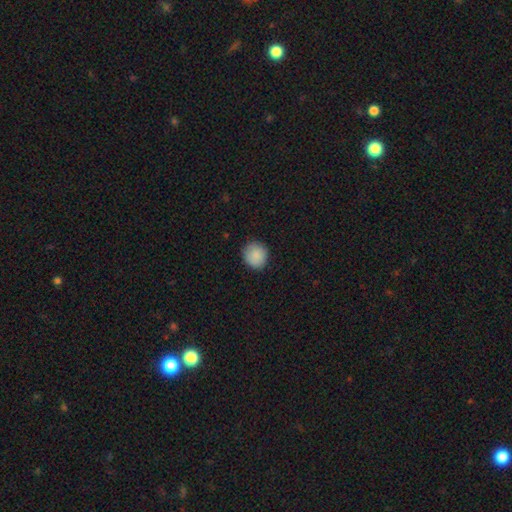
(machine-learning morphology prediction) smooth 88%, star or artifact 7%, featured or disk 5%. Down the decision tree: how rounded — round (88%); merging — none (88%).